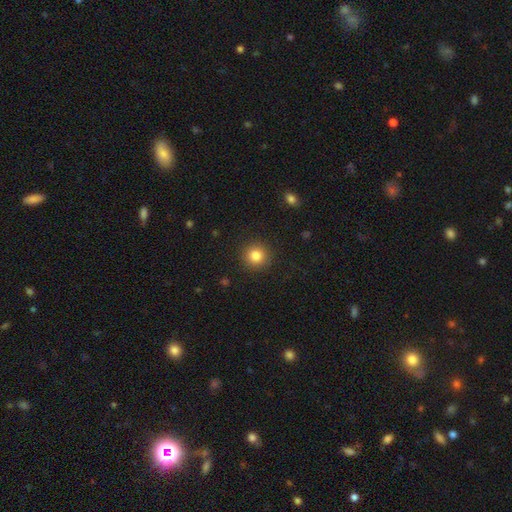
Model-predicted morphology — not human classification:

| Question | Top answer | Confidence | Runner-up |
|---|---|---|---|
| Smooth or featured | smooth | 83% | star or artifact (11%) |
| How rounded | round | 94% | in between (5%) |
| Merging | none | 91% | minor disturbance (6%) |